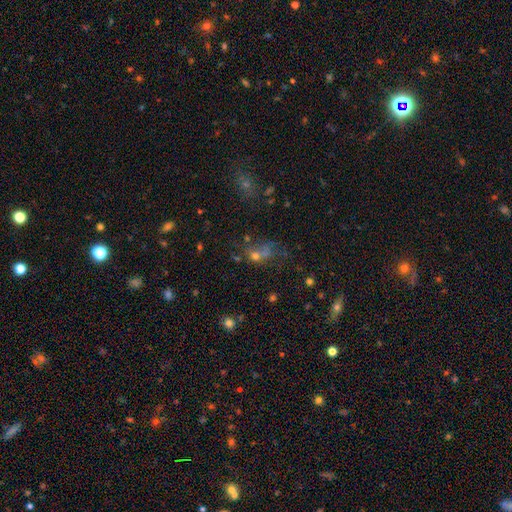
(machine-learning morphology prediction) Smooth or featured? smooth (53%)
How rounded? round (61%)
Merging? none (38%)